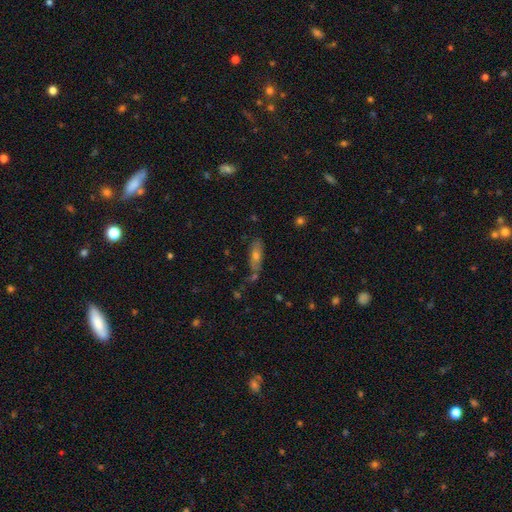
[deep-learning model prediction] Smooth or featured? Predicted: smooth (p=0.59). How rounded? Predicted: in between (p=0.52). Merging? Predicted: none (p=0.63).